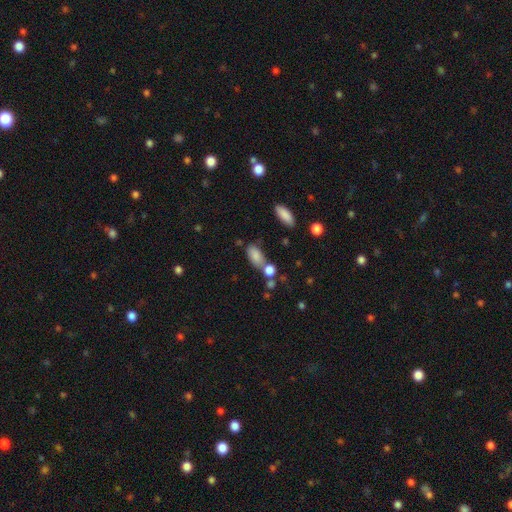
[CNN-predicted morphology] Smooth or featured? Predicted: smooth (p=0.83). How rounded? Predicted: in between (p=0.86). Merging? Predicted: none (p=0.53).